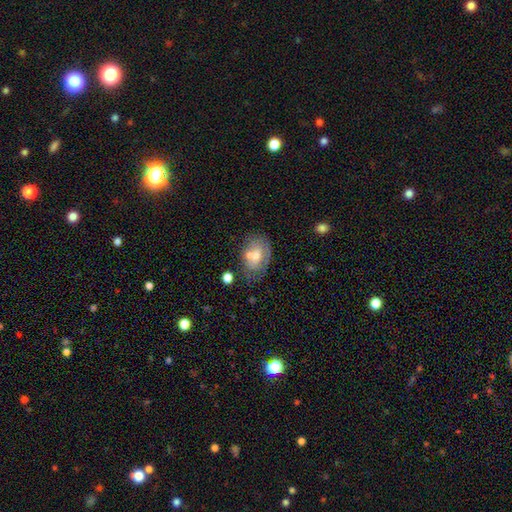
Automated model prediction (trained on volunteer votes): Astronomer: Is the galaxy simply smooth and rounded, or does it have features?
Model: smooth — 47% (runner-up: featured or disk, 43%).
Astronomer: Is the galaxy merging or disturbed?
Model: none — 45% (runner-up: minor disturbance, 27%).